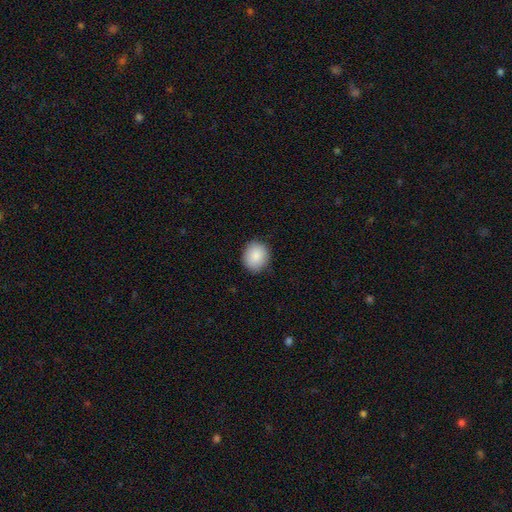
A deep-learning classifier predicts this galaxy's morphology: Overall: smooth (88%). How rounded: round (66%; in between 33%). Merging: none (87%).